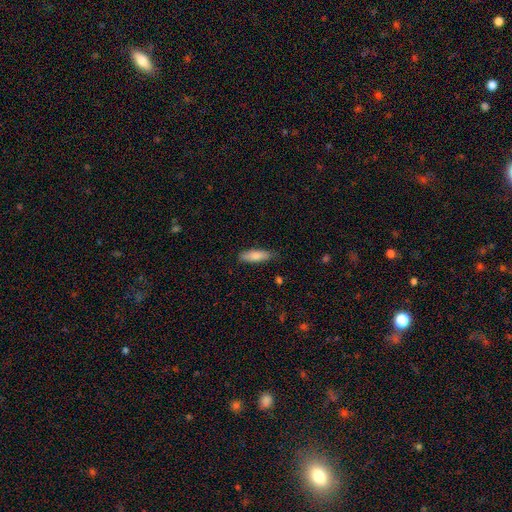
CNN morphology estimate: smooth_or_featured: smooth (p=0.82) [alt: featured or disk p=0.12]
how_rounded: cigar-shaped (p=0.52) [alt: in between p=0.46]
merging: none (p=0.80) [alt: minor disturbance p=0.16]